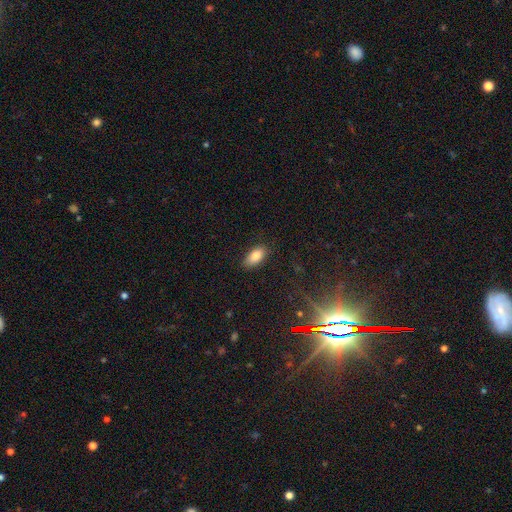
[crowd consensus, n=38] Overall: smooth (84%). How rounded: in between (100%). Merging: none (89%).